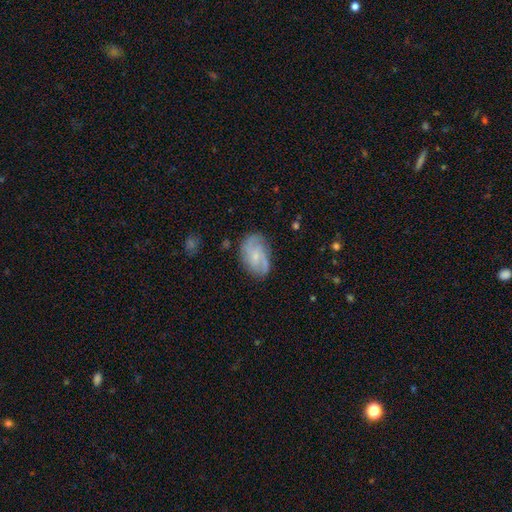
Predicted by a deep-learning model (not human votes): Smooth or featured?
  - featured or disk: 69% *
  - smooth: 24%
  - star or artifact: 7%
Edge-on disk?
  - no: 97% *
  - yes: 3%
Bar?
  - no: 58% *
  - weak: 36%
  - strong: 6%
Spiral arms?
  - yes: 90% *
  - no: 10%
Spiral winding?
  - medium: 44% *
  - tight: 30%
  - loose: 26%
Spiral arm count?
  - 2: 40% *
  - can't tell: 24%
  - 3: 22%
  - 4: 6%
  - 1: 5%
  - more than 4: 4%
Bulge size?
  - small: 69% *
  - moderate: 20%
  - none: 9%
  - large: 1%
  - dominant: 1%
Merging?
  - none: 70% *
  - minor disturbance: 21%
  - major disturbance: 7%
  - merger: 2%